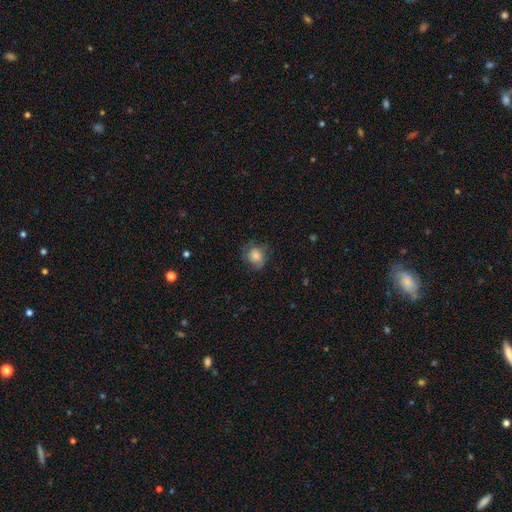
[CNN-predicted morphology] type=smooth (65%); roundness=round (66%); merging=none (60%).